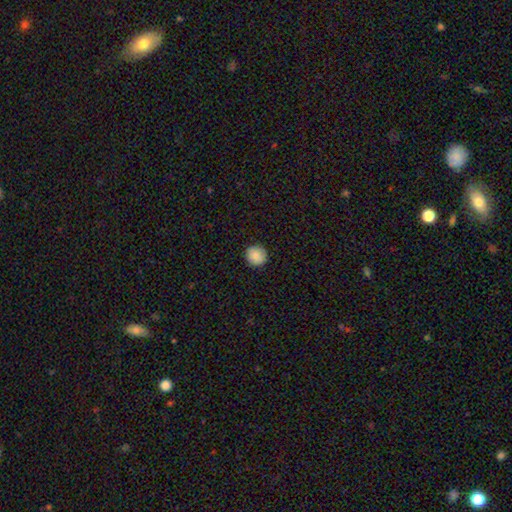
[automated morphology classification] smooth_or_featured: smooth (p=0.87) [alt: star or artifact p=0.08]
how_rounded: round (p=0.94) [alt: in between p=0.05]
merging: none (p=0.91) [alt: minor disturbance p=0.07]